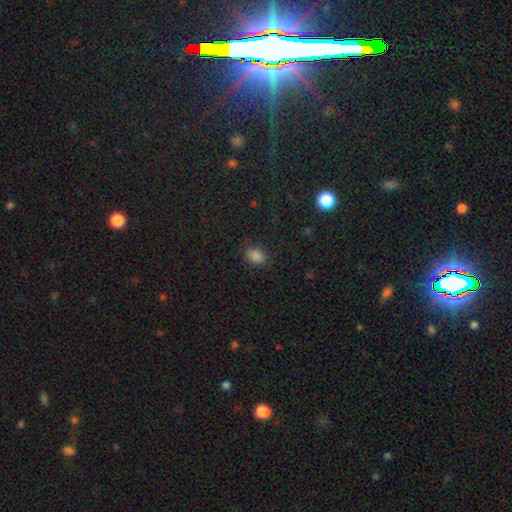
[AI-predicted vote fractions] smooth-or-featured: smooth: 83% | star or artifact: 13% | featured or disk: 4%
  how-rounded: in between: 74% | round: 24% | cigar-shaped: 1%
  merging: none: 82% | minor disturbance: 13% | major disturbance: 4% | merger: 1%